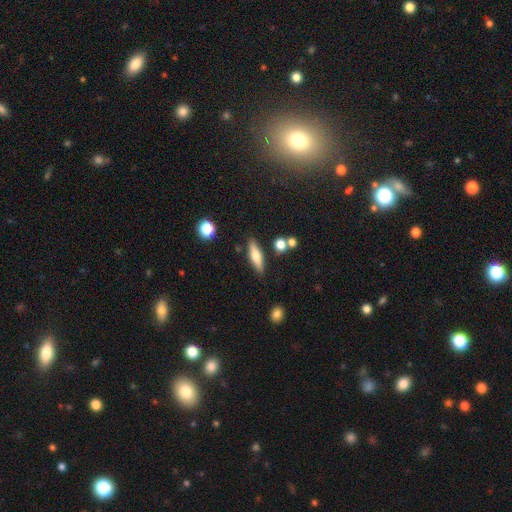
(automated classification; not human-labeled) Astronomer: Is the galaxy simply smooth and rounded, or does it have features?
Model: smooth — 55% (runner-up: featured or disk, 38%).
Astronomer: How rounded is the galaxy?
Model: cigar-shaped — 62%.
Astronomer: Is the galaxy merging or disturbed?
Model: none — 82%.